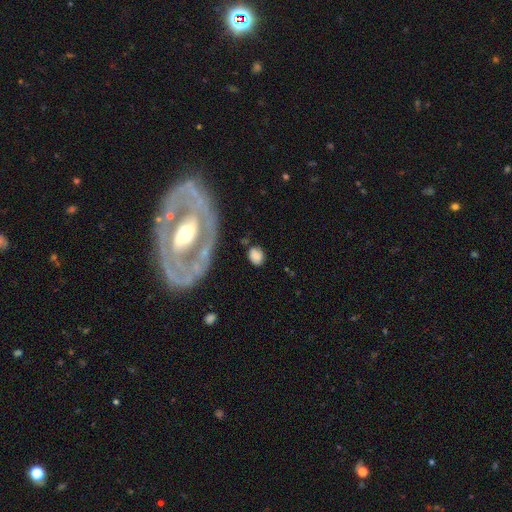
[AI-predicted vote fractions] Overall: smooth (73%). How rounded: in between (51%; round 46%). Merging: none (71%).